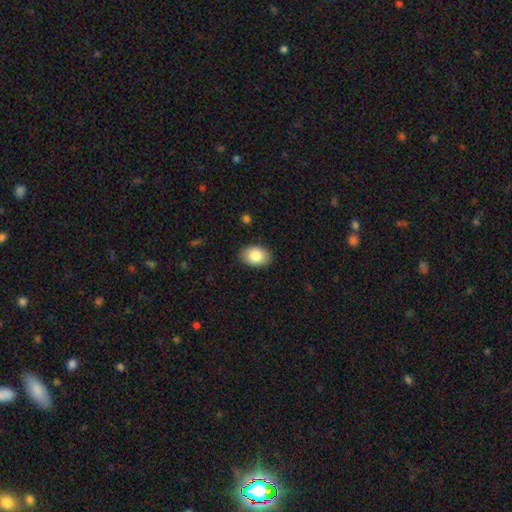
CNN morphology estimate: A smooth galaxy with no disk features (84%) that is in between round and cigar-shaped (81%).

Vote fractions:
- Smooth or featured? smooth: 84% / featured or disk: 9% / star or artifact: 7%
- How rounded? in between: 81% / round: 18% / cigar-shaped: 1%
- Merging? none: 88% / minor disturbance: 9% / major disturbance: 2% / merger: 1%